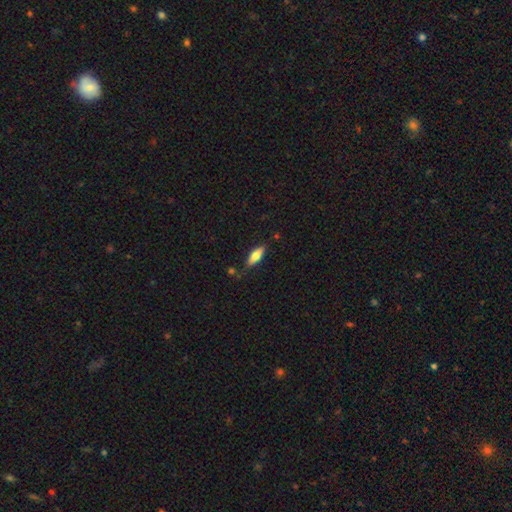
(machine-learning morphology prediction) smooth_or_featured: smooth (p=0.64) [alt: featured or disk p=0.30]
how_rounded: in between (p=0.53) [alt: cigar-shaped p=0.44]
merging: none (p=0.78) [alt: minor disturbance p=0.15]